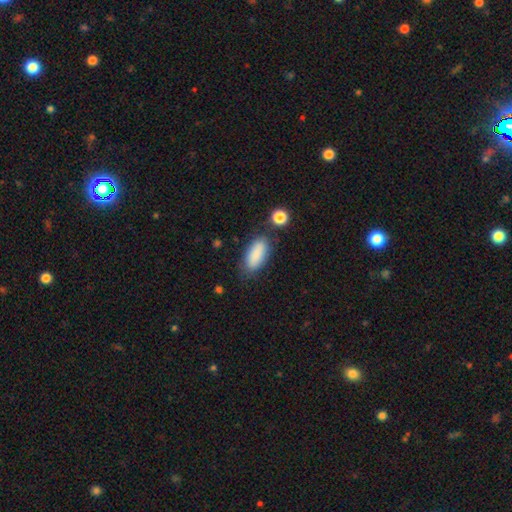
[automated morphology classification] Smooth or featured?
  - smooth: 87% *
  - star or artifact: 7%
  - featured or disk: 6%
How rounded?
  - in between: 85% *
  - cigar-shaped: 13%
  - round: 3%
Merging?
  - none: 77% *
  - minor disturbance: 15%
  - merger: 5%
  - major disturbance: 4%